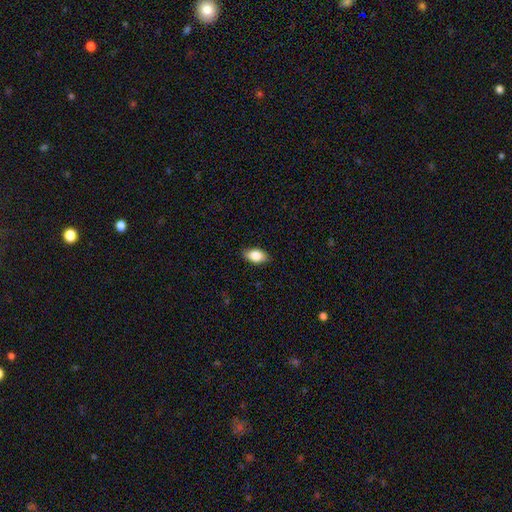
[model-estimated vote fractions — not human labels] Smooth or featured?
  - smooth: 84% *
  - featured or disk: 9%
  - star or artifact: 7%
How rounded?
  - in between: 91% *
  - round: 6%
  - cigar-shaped: 3%
Merging?
  - none: 86% *
  - minor disturbance: 11%
  - major disturbance: 2%
  - merger: 1%